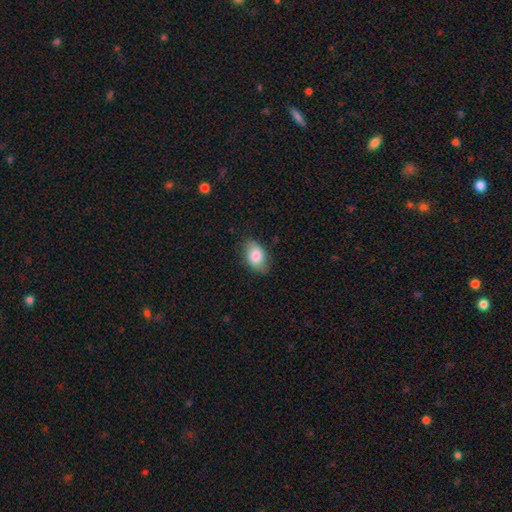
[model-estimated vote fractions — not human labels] smooth 81%, featured or disk 12%, star or artifact 7%. Down the decision tree: how rounded — in between (89%); merging — none (79%).